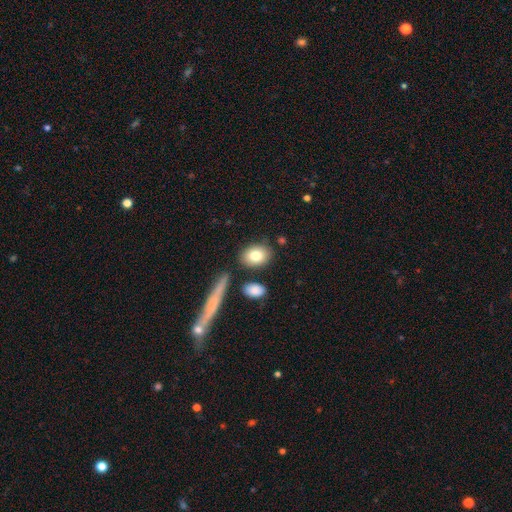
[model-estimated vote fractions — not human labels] A smooth galaxy with no disk features (79%) that is in between round and cigar-shaped (74%). Merging: none (79%).